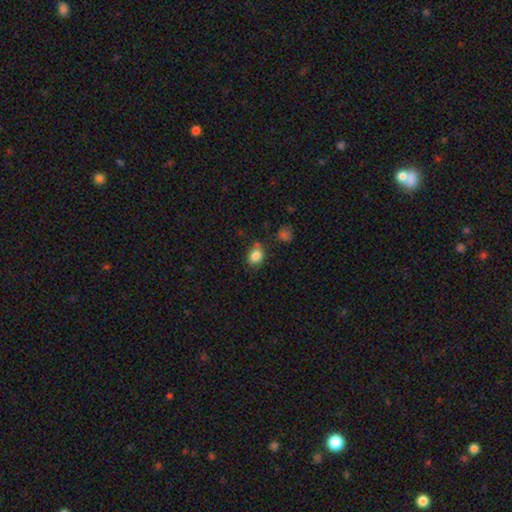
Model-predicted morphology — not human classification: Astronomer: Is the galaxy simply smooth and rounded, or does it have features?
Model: smooth — 84%.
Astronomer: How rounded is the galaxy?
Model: in between — 55% (runner-up: round, 43%).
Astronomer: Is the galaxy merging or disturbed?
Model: none — 68%.